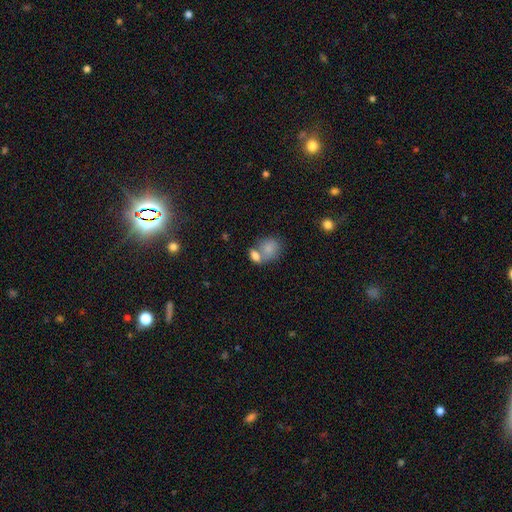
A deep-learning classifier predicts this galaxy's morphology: A smooth galaxy with no disk features (80%) that is in between round and cigar-shaped (65%). Merging: merger (55%).